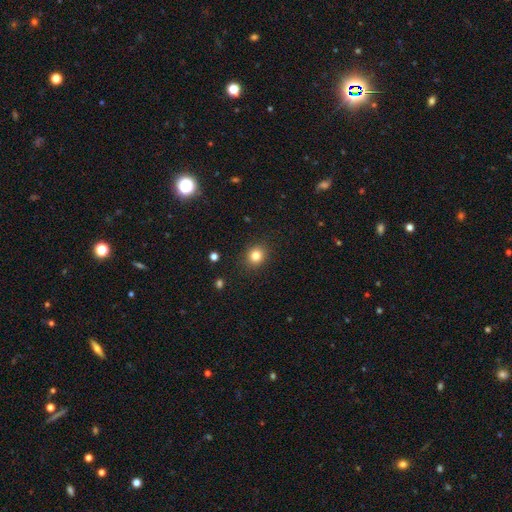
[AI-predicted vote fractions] smooth_or_featured: smooth (p=0.81) [alt: star or artifact p=0.12]
how_rounded: round (p=0.80) [alt: in between p=0.19]
merging: none (p=0.89) [alt: minor disturbance p=0.07]